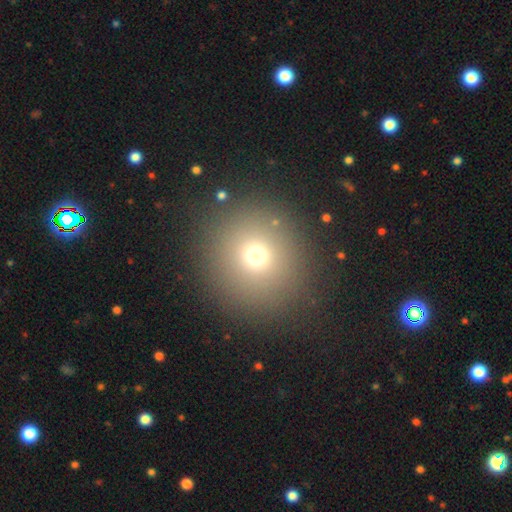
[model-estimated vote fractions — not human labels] Smooth or featured? Predicted: smooth (p=0.70). How rounded? Predicted: round (p=0.92). Merging? Predicted: none (p=0.88).